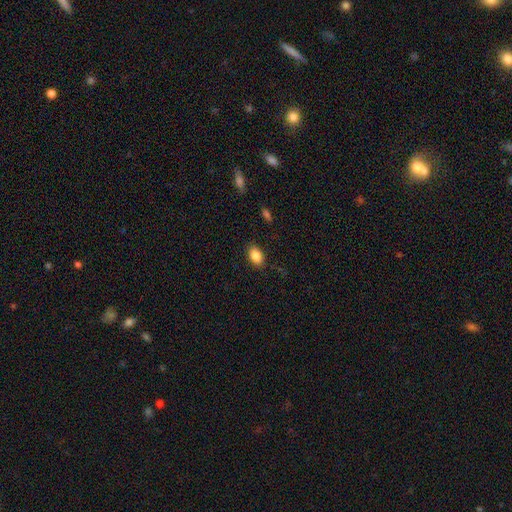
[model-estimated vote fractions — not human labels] Smooth or featured? Predicted: smooth (p=0.87). How rounded? Predicted: in between (p=0.87). Merging? Predicted: none (p=0.85).